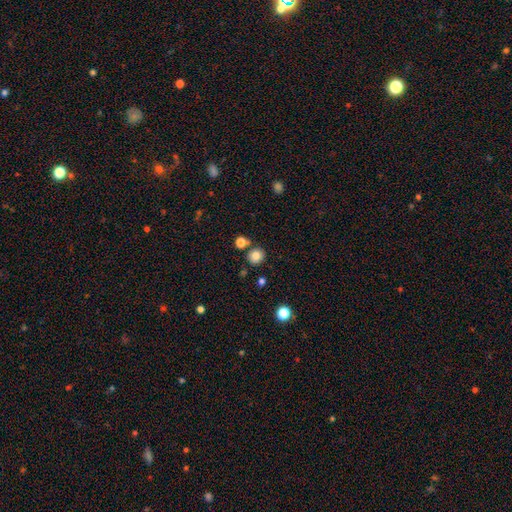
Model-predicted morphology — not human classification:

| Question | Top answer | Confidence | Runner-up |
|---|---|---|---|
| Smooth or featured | smooth | 82% | star or artifact (12%) |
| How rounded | round | 90% | in between (10%) |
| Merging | none | 81% | merger (9%) |